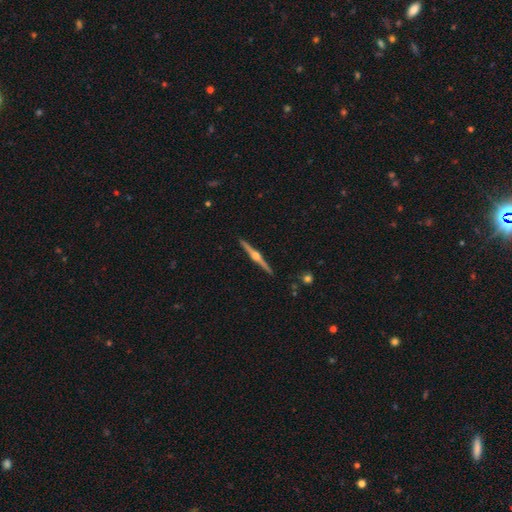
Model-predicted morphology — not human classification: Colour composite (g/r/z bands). It shows a featured or disk galaxy (85%) viewed edge-on (99%) with a rounded central bulge (95%). Merging: none (92%).